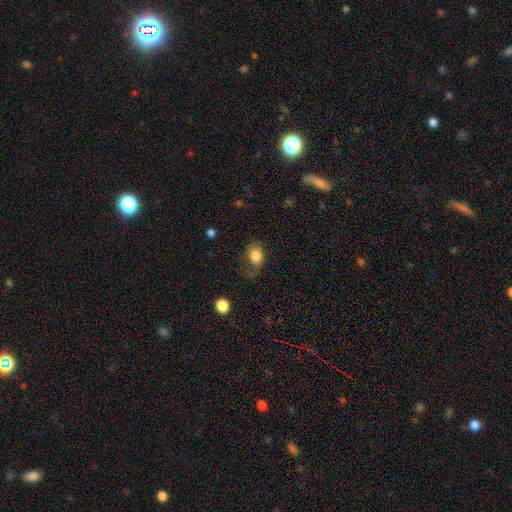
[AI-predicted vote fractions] The model was most divided on "merging": none: 46%, minor disturbance: 28%, major disturbance: 23%, merger: 2%. More confident: smooth or featured — smooth (82%); how rounded — in between (60%).